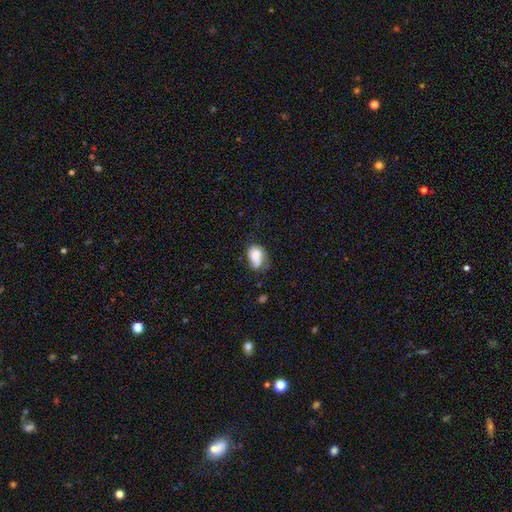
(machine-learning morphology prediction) A smooth galaxy with no disk features (77%) that is in between round and cigar-shaped (80%).

Vote fractions:
- Smooth or featured? smooth: 77% / featured or disk: 14% / star or artifact: 9%
- How rounded? in between: 80% / round: 19% / cigar-shaped: 2%
- Merging? none: 38% / minor disturbance: 37% / major disturbance: 18% / merger: 7%